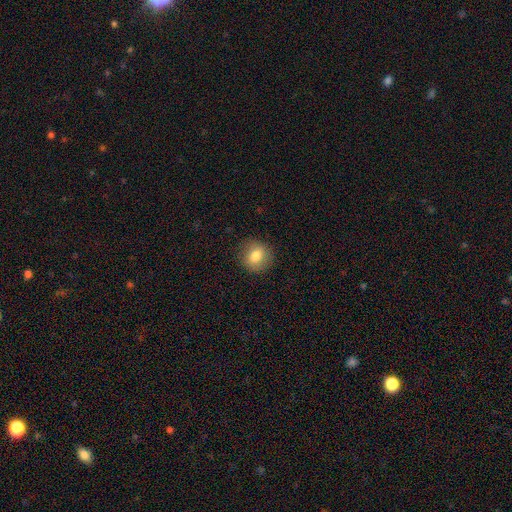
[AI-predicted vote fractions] Smooth or featured? smooth (79%)
How rounded? round (83%)
Merging? none (88%)